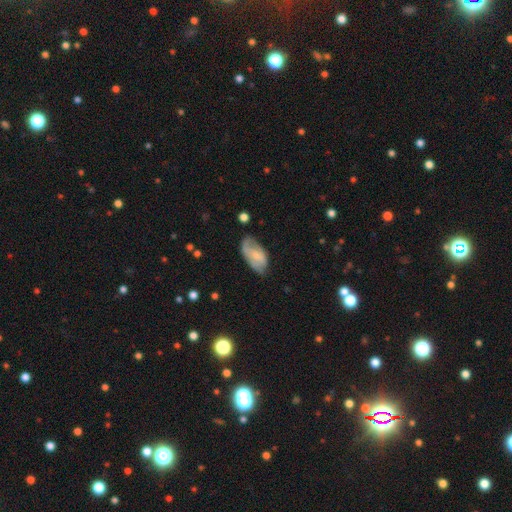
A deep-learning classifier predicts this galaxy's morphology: Smooth or featured: smooth — 54% (featured or disk — 39%)
How rounded: in between — 93% (round — 4%)
Merging: none — 52% (minor disturbance — 34%)